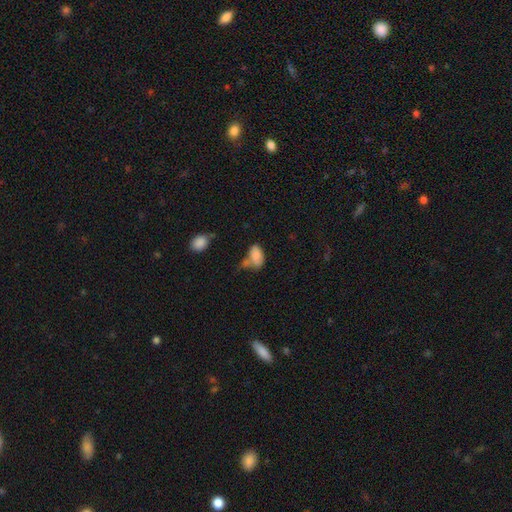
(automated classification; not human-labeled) This is clearly a smooth galaxy (82%). How rounded: clearly in between (92%). Merging: marginally none (40%).